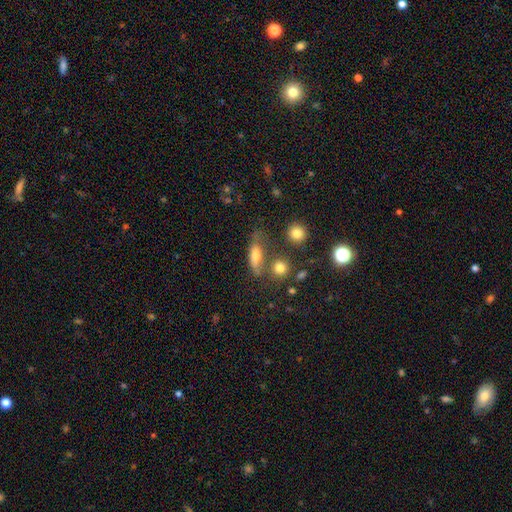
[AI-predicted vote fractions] The model was most divided on "how rounded": in between: 49%, cigar-shaped: 41%, round: 10%. More confident: smooth or featured — smooth (62%); merging — none (57%).